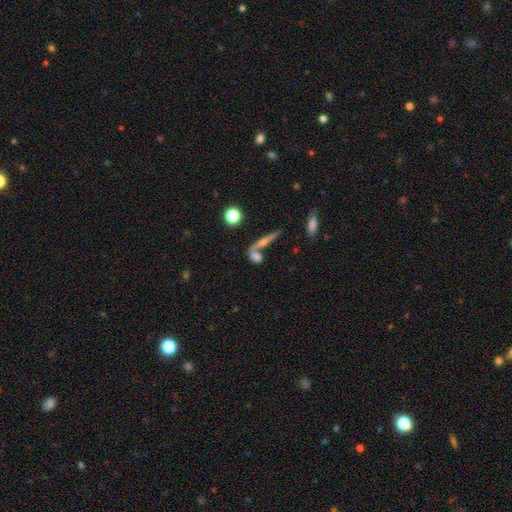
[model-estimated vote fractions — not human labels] Smooth or featured? Predicted: smooth (p=0.53). How rounded? Predicted: in between (p=0.40). Merging? Predicted: none (p=0.42).